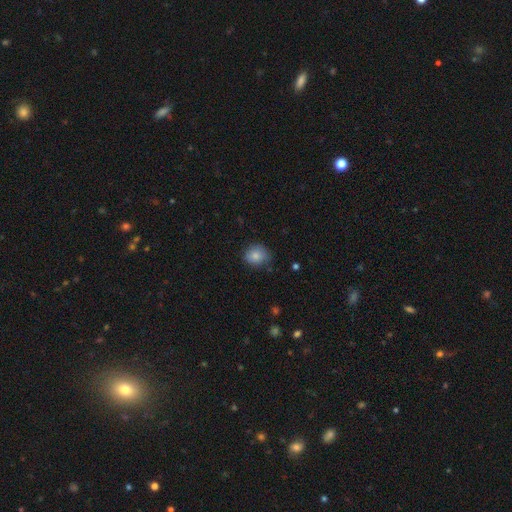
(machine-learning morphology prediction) Smooth or featured?
  - smooth: 83% *
  - star or artifact: 9%
  - featured or disk: 8%
How rounded?
  - round: 69% *
  - in between: 31%
  - cigar-shaped: 1%
Merging?
  - none: 76% *
  - minor disturbance: 19%
  - major disturbance: 3%
  - merger: 1%